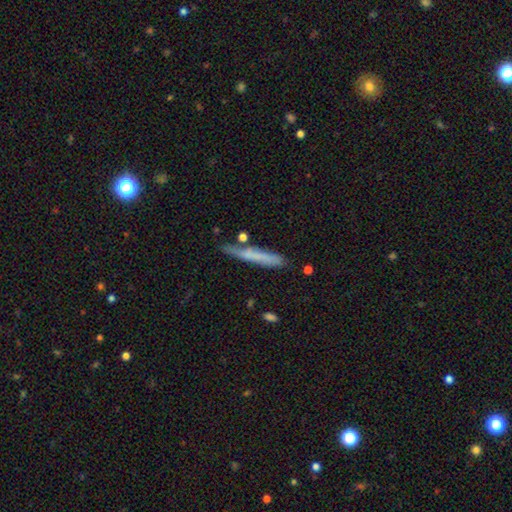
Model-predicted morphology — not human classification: Overall: smooth (63%; featured or disk 30%). How rounded: cigar-shaped (94%). Merging: none (73%).